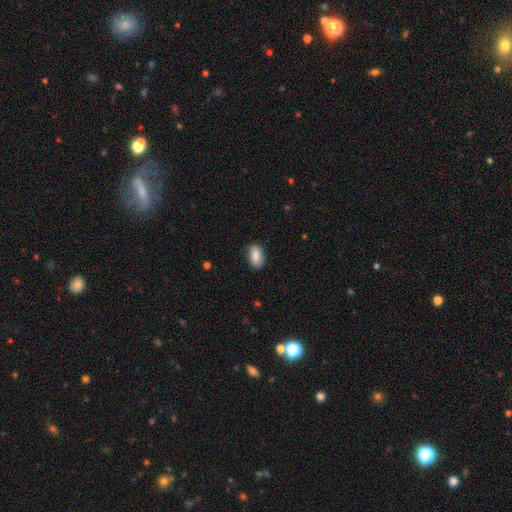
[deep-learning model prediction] Q: Smooth or featured?
A: smooth (84%); runner-up: featured or disk (10%)
Q: How rounded?
A: in between (91%); runner-up: round (5%)
Q: Merging?
A: none (85%); runner-up: minor disturbance (12%)